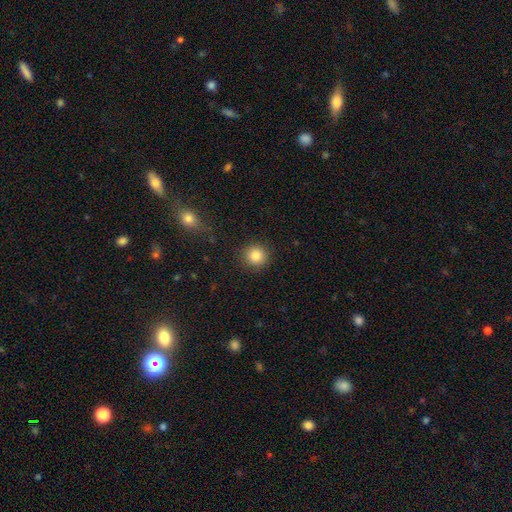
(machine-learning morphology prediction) smooth_or_featured: smooth (p=0.84) [alt: star or artifact p=0.10]
how_rounded: round (p=0.92) [alt: in between p=0.07]
merging: none (p=0.89) [alt: minor disturbance p=0.07]